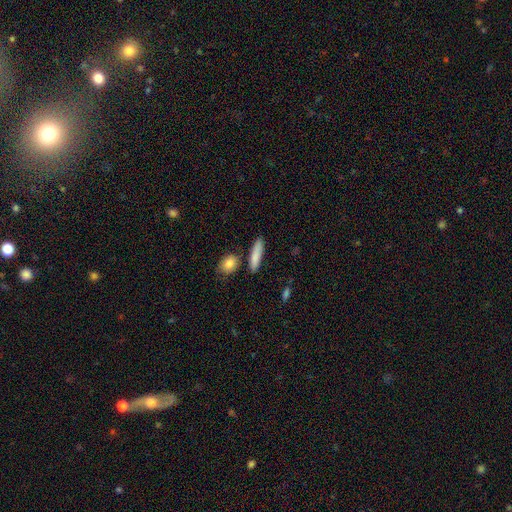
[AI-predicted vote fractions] smooth-or-featured: smooth: 84% | featured or disk: 10% | star or artifact: 6%
  how-rounded: cigar-shaped: 72% | in between: 24% | round: 3%
  merging: none: 82% | minor disturbance: 10% | merger: 6% | major disturbance: 3%